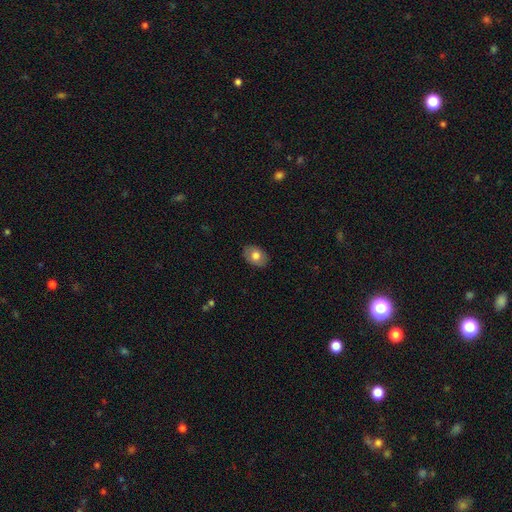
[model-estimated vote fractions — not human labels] This is likely a smooth galaxy (72%). How rounded: likely in between (78%). Merging: clearly none (86%).